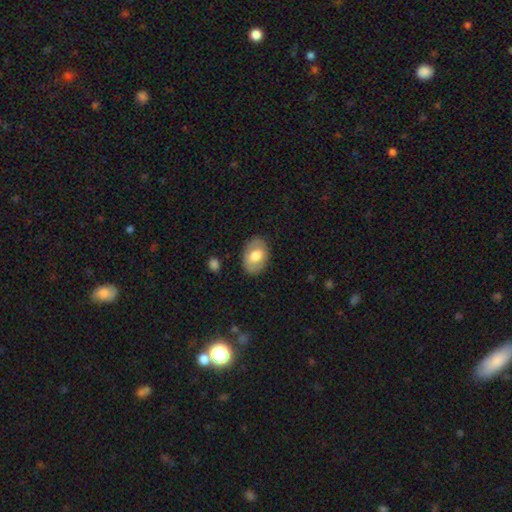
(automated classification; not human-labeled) smooth_or_featured: smooth (p=0.65) [alt: featured or disk p=0.29]
how_rounded: in between (p=0.83) [alt: round p=0.16]
merging: none (p=0.84) [alt: minor disturbance p=0.12]